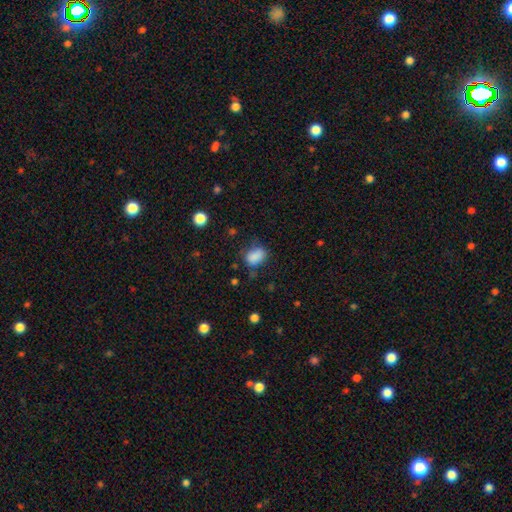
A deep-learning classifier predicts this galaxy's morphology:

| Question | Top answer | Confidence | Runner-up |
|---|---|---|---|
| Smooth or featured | smooth | 85% | star or artifact (10%) |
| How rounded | in between | 78% | round (20%) |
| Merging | none | 62% | minor disturbance (26%) |